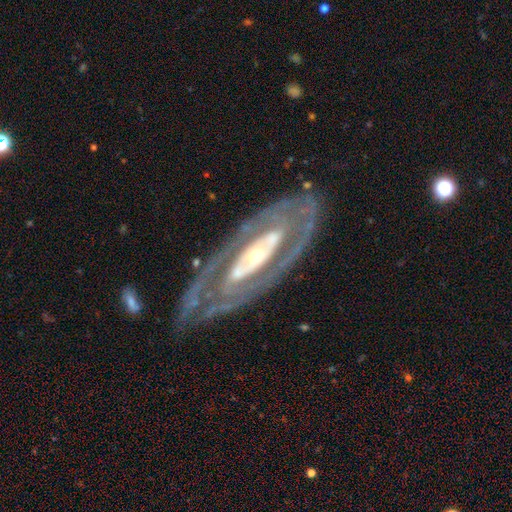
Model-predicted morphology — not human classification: type=featured or disk (86%); edge-on=no (88%); bar=no (51%); spiral arms=yes (73%); winding=tight (65%); arm count=2 (48%); bulge=small (48%); merging=none (74%).